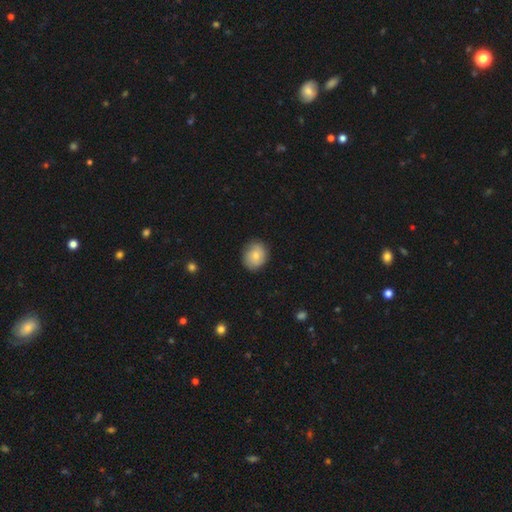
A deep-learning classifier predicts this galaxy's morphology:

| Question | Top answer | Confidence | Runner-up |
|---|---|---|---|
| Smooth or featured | smooth | 75% | featured or disk (17%) |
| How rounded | round | 65% | in between (34%) |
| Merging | none | 81% | minor disturbance (15%) |